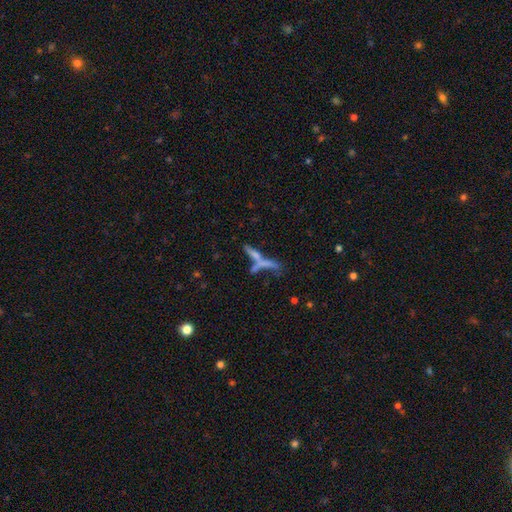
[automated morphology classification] Q: Smooth or featured?
A: featured or disk (46%); runner-up: smooth (41%)
Q: Merging?
A: none (43%); runner-up: merger (37%)